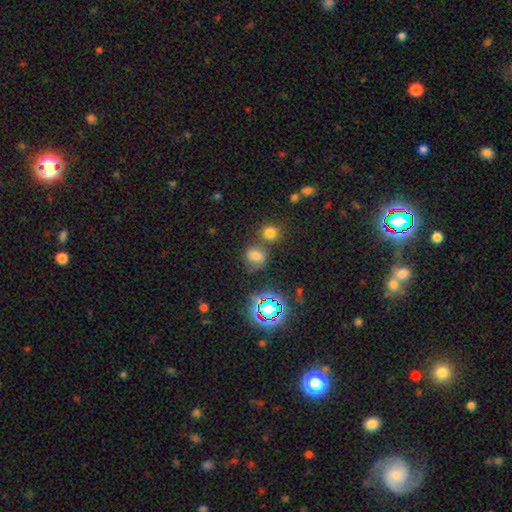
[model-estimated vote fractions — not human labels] Smooth or featured?
  - smooth: 60% *
  - star or artifact: 29%
  - featured or disk: 11%
How rounded?
  - round: 59% *
  - in between: 40%
  - cigar-shaped: 2%
Merging?
  - none: 60% *
  - merger: 19%
  - minor disturbance: 14%
  - major disturbance: 6%